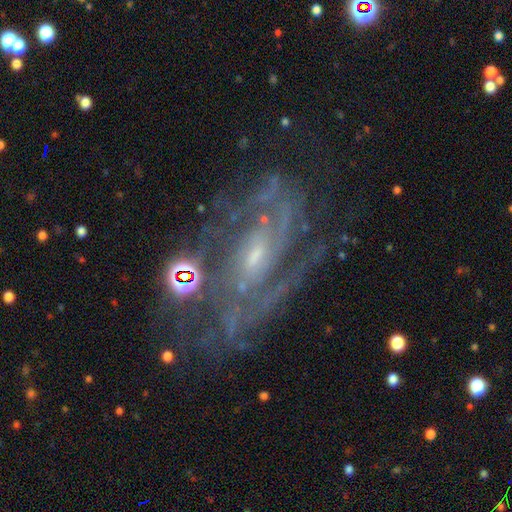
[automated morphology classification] A featured or disk galaxy (85%) with no bar (47%), 2 (37%) tight (51%) spiral arms (93%) and a small central bulge (71%).

Vote fractions:
- Smooth or featured? featured or disk: 85% / star or artifact: 9% / smooth: 6%
- Edge-on disk? no: 94% / yes: 6%
- Bar? no: 47% / weak: 38% / strong: 15%
- Spiral arms? yes: 93% / no: 7%
- Spiral winding? tight: 51% / medium: 38% / loose: 11%
- Spiral arm count? 2: 37% / can't tell: 30% / 3: 15% / 4: 7% / 1: 6% / more than 4: 6%
- Bulge size? small: 71% / moderate: 21% / none: 5% / large: 2% / dominant: 1%
- Merging? none: 61% / minor disturbance: 19% / major disturbance: 14% / merger: 5%